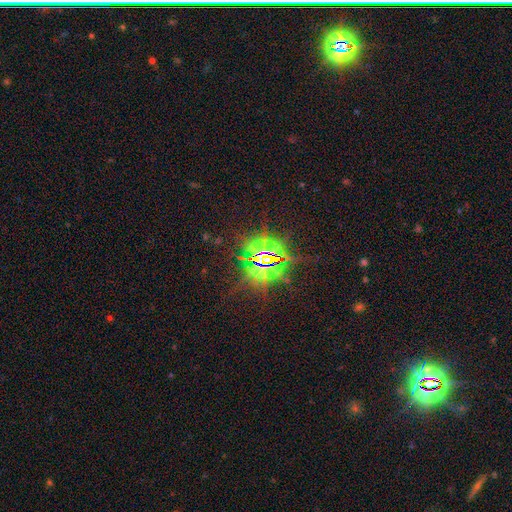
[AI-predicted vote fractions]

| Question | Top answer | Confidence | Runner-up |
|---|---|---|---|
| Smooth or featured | star or artifact | 85% | featured or disk (9%) |